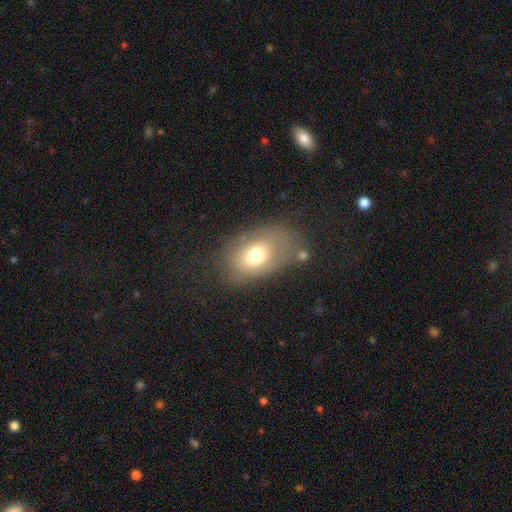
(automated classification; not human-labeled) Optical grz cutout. It shows a smooth galaxy with no disk features (68%) that is in between round and cigar-shaped (81%). Merging: none (59%).